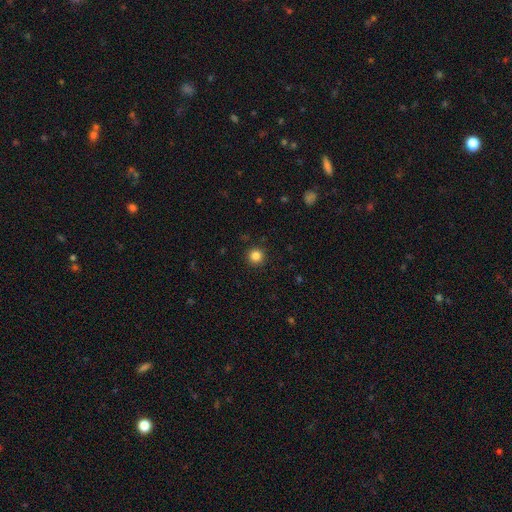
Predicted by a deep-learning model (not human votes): A smooth galaxy with no disk features (85%) that is round (96%). Merging: none (92%).